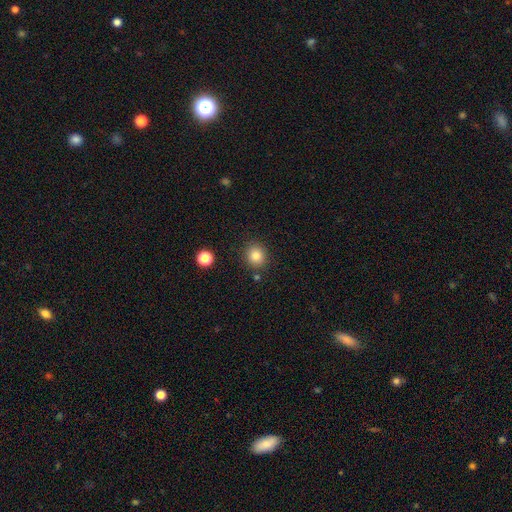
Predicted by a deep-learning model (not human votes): Q: Smooth or featured?
A: smooth (84%); runner-up: star or artifact (11%)
Q: How rounded?
A: round (85%); runner-up: in between (14%)
Q: Merging?
A: none (86%); runner-up: minor disturbance (8%)